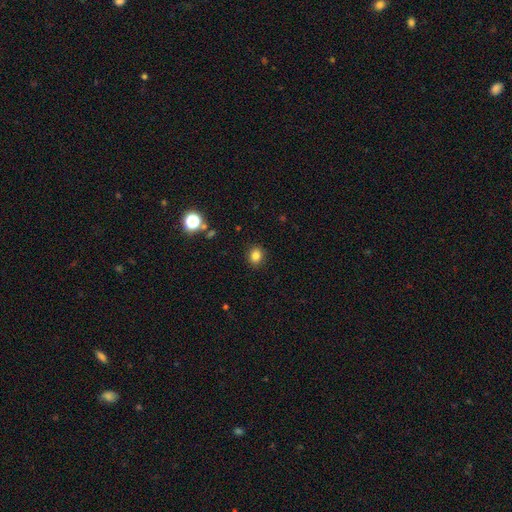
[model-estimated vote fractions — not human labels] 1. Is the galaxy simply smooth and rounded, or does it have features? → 82% smooth, 13% star or artifact, 6% featured or disk.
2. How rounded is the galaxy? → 64% round, 35% in between, 1% cigar-shaped.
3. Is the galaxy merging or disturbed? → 90% none, 7% minor disturbance, 2% major disturbance, 1% merger.